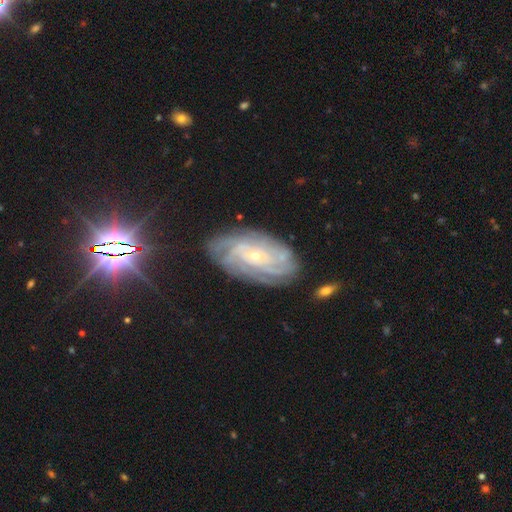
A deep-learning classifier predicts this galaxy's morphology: type=featured or disk (83%); edge-on=no (95%); bar=no (73%); spiral arms=yes (96%); winding=tight (75%); arm count=can't tell (35%); bulge=small (81%); merging=none (80%).